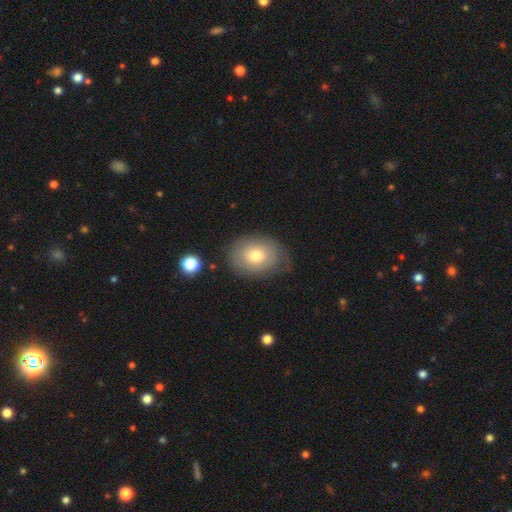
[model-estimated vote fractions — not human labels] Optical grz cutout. It shows a smooth galaxy with no disk features (58%) that is in between round and cigar-shaped (64%). Merging: none (74%).